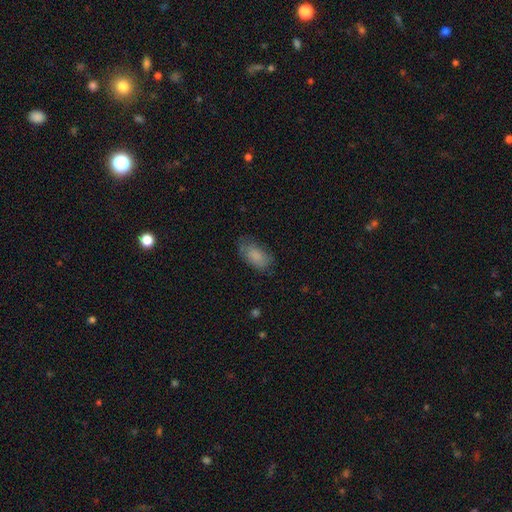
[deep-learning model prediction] Smooth or featured? Predicted: smooth (p=0.82). How rounded? Predicted: in between (p=0.92). Merging? Predicted: none (p=0.67).